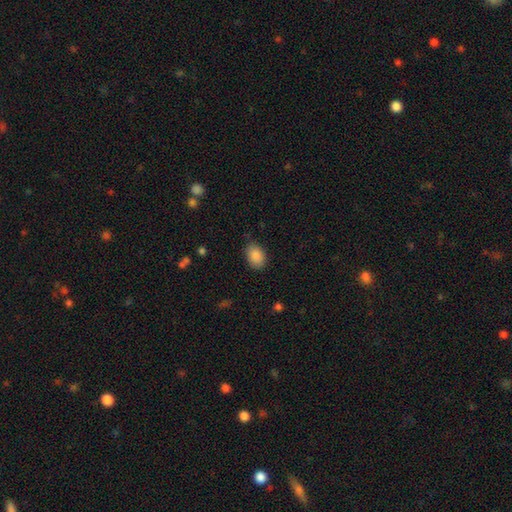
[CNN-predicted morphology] Smooth or featured? Predicted: smooth (p=0.89). How rounded? Predicted: in between (p=0.81). Merging? Predicted: none (p=0.82).